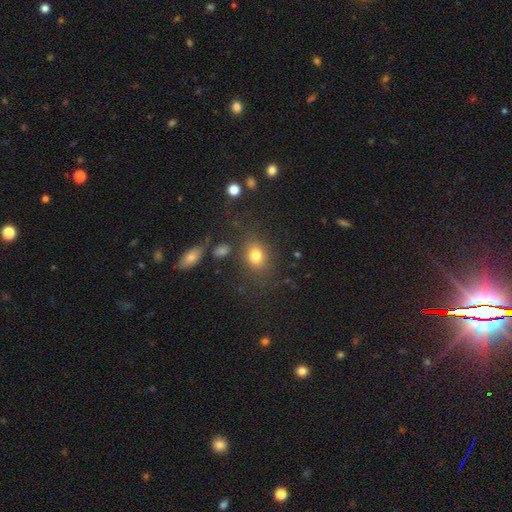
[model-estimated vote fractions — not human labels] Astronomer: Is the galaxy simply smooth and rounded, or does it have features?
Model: smooth — 77%.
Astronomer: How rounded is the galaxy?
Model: in between — 53% (runner-up: round, 45%).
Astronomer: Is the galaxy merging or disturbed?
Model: none — 75%.